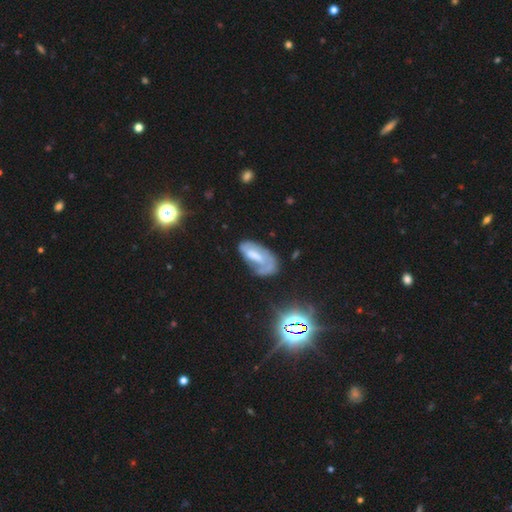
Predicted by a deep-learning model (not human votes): featured or disk 55%, smooth 32%, star or artifact 12%. Down the decision tree: edge-on disk — no (93%); bar — no (46%); spiral arms — yes (67%); bulge size — moderate (32%, tied with none); merging — none (40%).